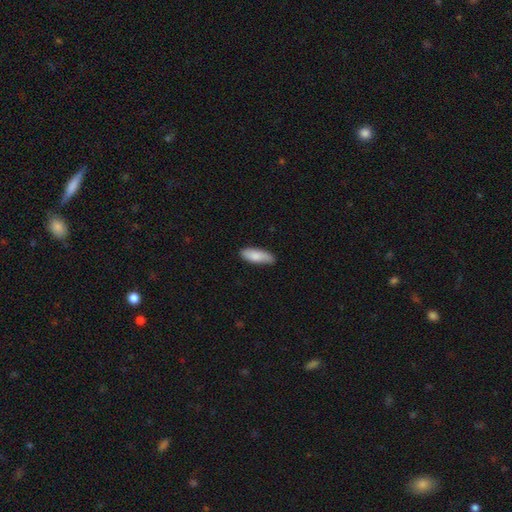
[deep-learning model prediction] This appears to be a smooth galaxy with no disk features (84%) that is in between round and cigar-shaped (69%). Merging: none (76%).